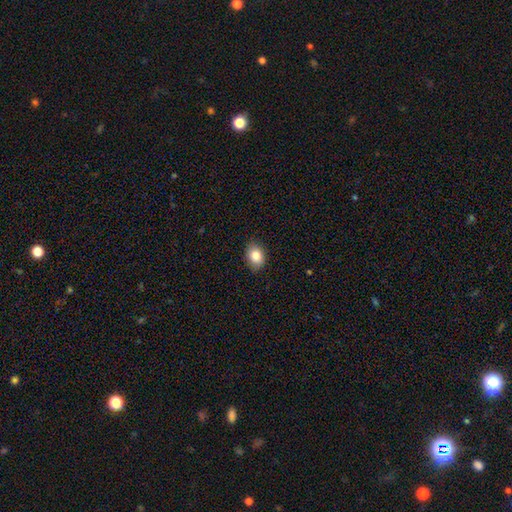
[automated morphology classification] Smooth or featured: smooth — 86% (star or artifact — 8%)
How rounded: in between — 70% (round — 29%)
Merging: none — 84% (minor disturbance — 13%)